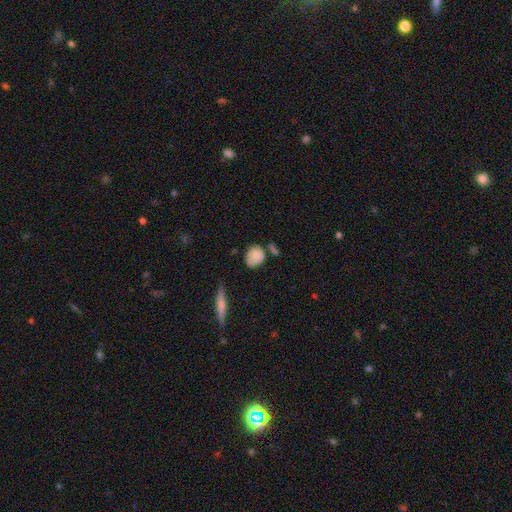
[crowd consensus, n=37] Smooth or featured? smooth (76%)
How rounded? round (71%)
Merging? none (59%)